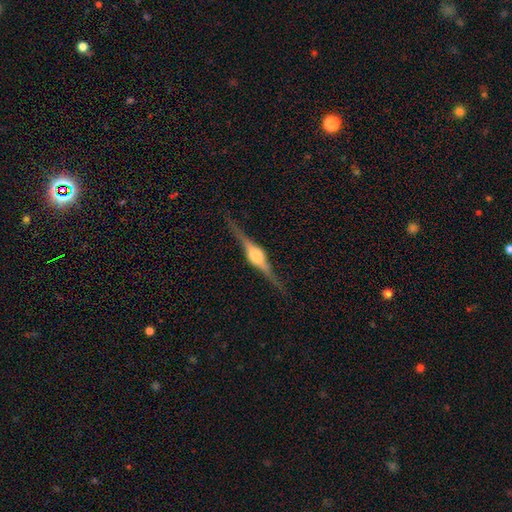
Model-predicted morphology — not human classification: smooth_or_featured: featured or disk (p=0.87) [alt: smooth p=0.08]
disk_edge_on: yes (p=0.98) [alt: no p=0.02]
edge_on_bulge: rounded (p=0.90) [alt: boxy p=0.08]
merging: none (p=0.88) [alt: minor disturbance p=0.09]